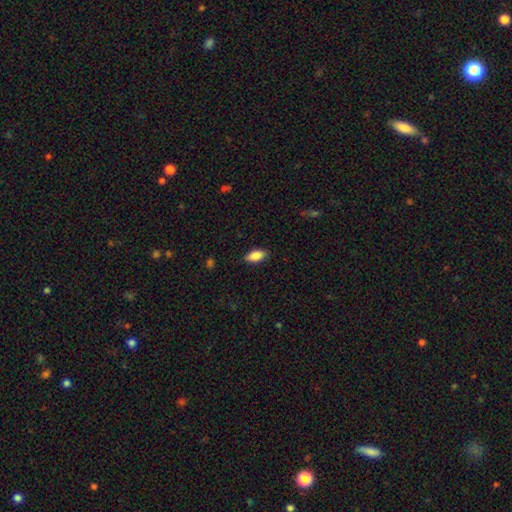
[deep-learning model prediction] This appears to be a smooth galaxy with no disk features (88%) that is in between round and cigar-shaped (90%). Merging: none (85%).